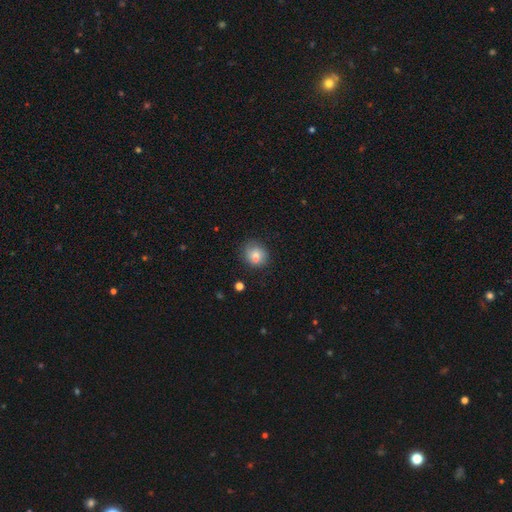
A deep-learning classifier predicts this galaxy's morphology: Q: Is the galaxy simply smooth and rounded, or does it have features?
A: smooth — 80%.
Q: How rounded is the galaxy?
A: round — 65%.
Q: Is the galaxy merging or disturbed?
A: none — 68%.